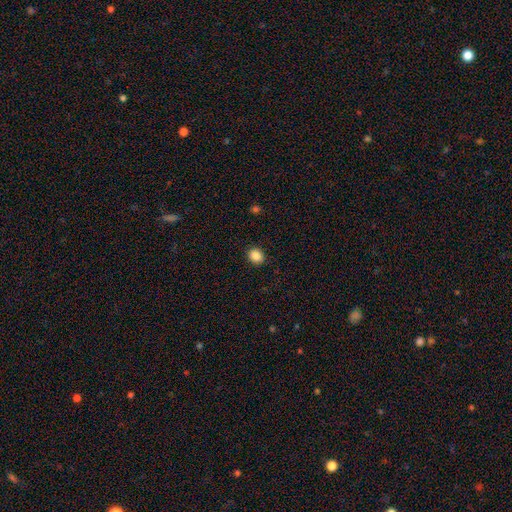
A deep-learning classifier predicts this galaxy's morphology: smooth_or_featured: smooth (p=0.87) [alt: star or artifact p=0.10]
how_rounded: round (p=0.65) [alt: in between p=0.34]
merging: none (p=0.91) [alt: minor disturbance p=0.06]